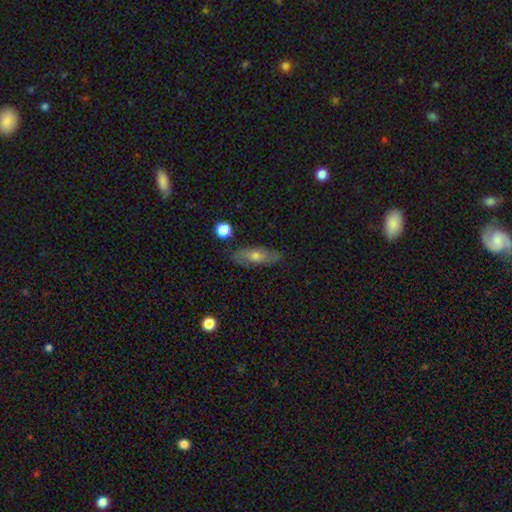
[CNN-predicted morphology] Smooth or featured: smooth — 58% (featured or disk — 35%)
How rounded: in between — 57% (cigar-shaped — 39%)
Merging: none — 81% (minor disturbance — 14%)